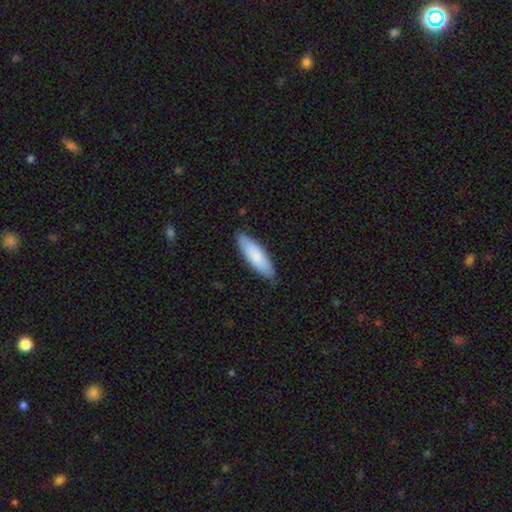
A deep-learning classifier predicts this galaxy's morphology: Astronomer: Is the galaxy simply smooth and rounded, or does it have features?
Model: smooth — 84%.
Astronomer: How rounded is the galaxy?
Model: cigar-shaped — 52% (runner-up: in between, 46%).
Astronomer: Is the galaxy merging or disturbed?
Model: none — 83%.